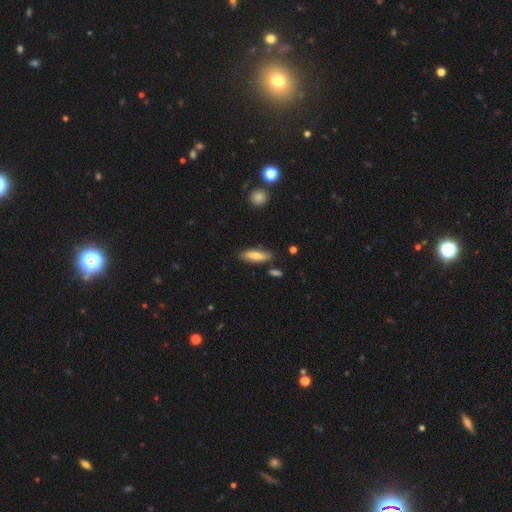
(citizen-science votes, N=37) Smooth or featured: smooth — 78% (featured or disk — 19%)
How rounded: in between — 55% (cigar-shaped — 41%)
Merging: none — 83% (minor disturbance — 14%)